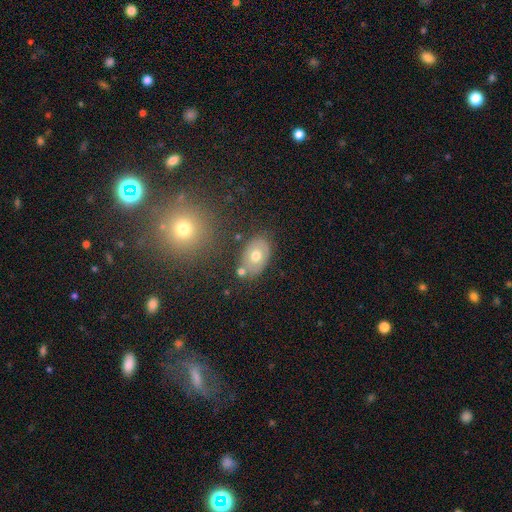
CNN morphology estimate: smooth 62%, featured or disk 30%, star or artifact 8%. Down the decision tree: how rounded — in between (83%); merging — none (71%).